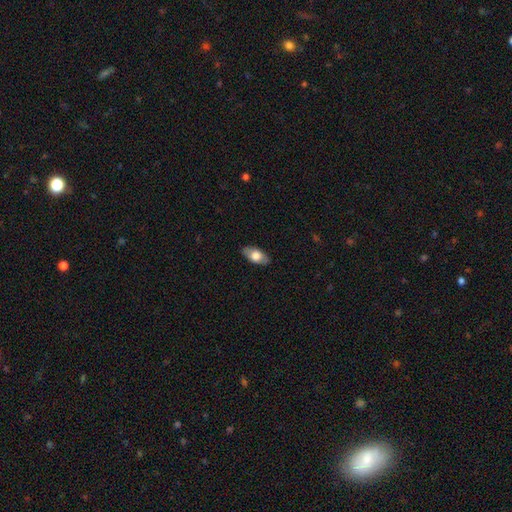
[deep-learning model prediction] smooth_or_featured: smooth (p=0.67) [alt: featured or disk p=0.26]
how_rounded: in between (p=0.90) [alt: cigar-shaped p=0.06]
merging: none (p=0.85) [alt: minor disturbance p=0.11]